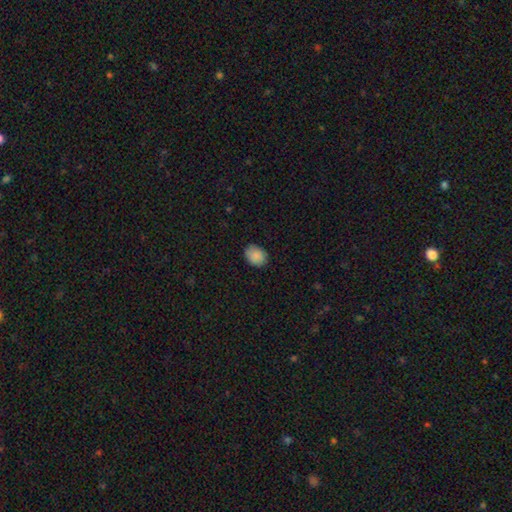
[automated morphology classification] smooth_or_featured: smooth (p=0.88) [alt: star or artifact p=0.08]
how_rounded: in between (p=0.50) [alt: round p=0.49]
merging: none (p=0.83) [alt: minor disturbance p=0.14]